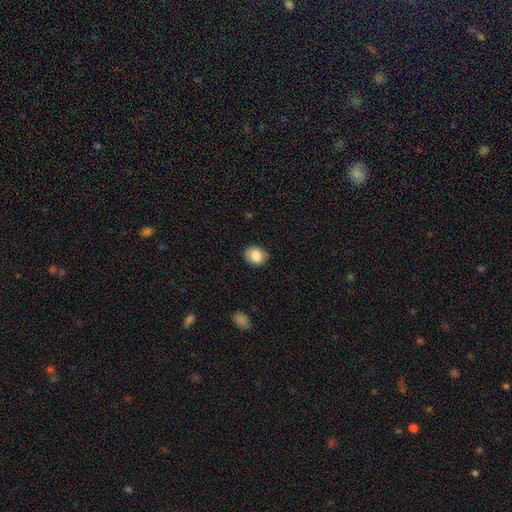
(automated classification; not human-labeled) smooth 86%, star or artifact 8%, featured or disk 6%. Down the decision tree: how rounded — round (66%); merging — none (86%).